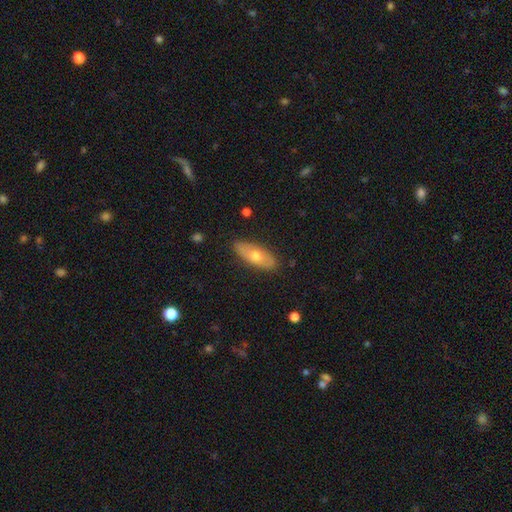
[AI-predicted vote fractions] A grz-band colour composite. It shows a smooth galaxy with no disk features (57%) that is in between round and cigar-shaped (74%). Merging: none (85%).